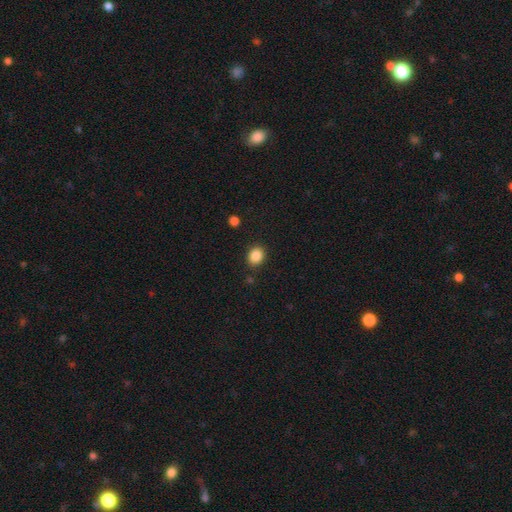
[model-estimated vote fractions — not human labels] Smooth or featured?
  - smooth: 87% *
  - star or artifact: 9%
  - featured or disk: 4%
How rounded?
  - round: 57% *
  - in between: 42%
  - cigar-shaped: 1%
Merging?
  - none: 86% *
  - minor disturbance: 9%
  - major disturbance: 3%
  - merger: 2%